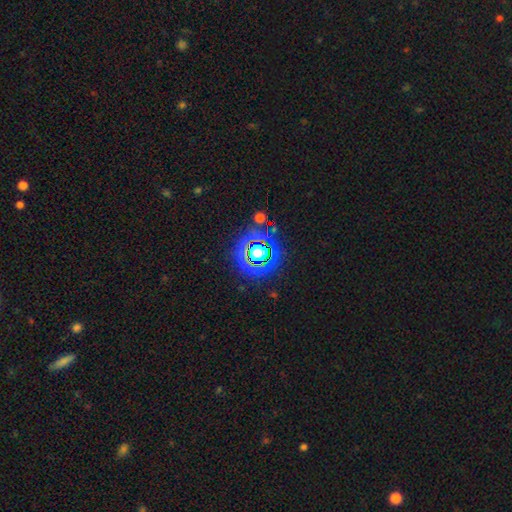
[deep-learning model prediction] Smooth or featured? star or artifact (74%)